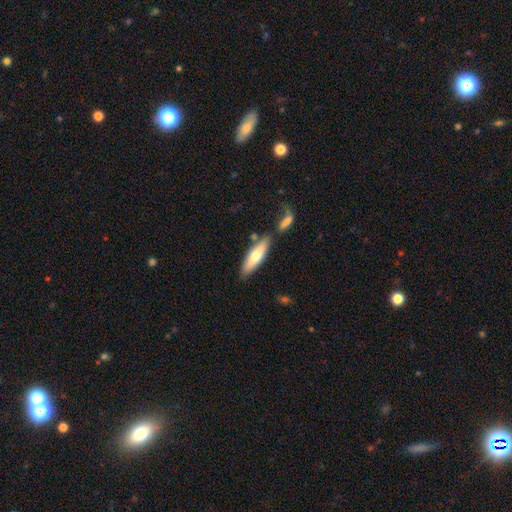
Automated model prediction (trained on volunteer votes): Morphology: type=smooth (66%); roundness=cigar-shaped (56%); merging=none (70%).